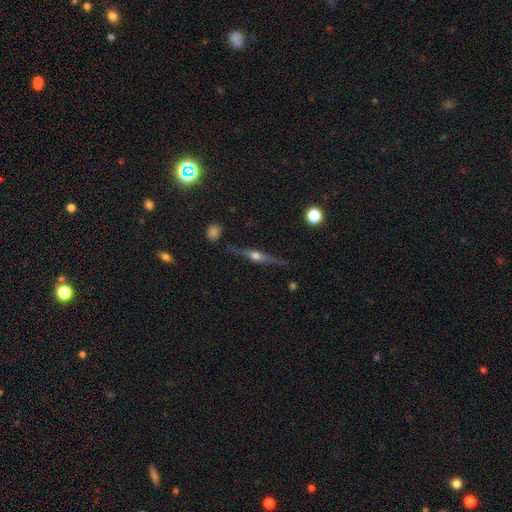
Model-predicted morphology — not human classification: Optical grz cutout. It shows a featured or disk galaxy (78%) viewed edge-on (97%) with a rounded central bulge (94%). Merging: none (85%).